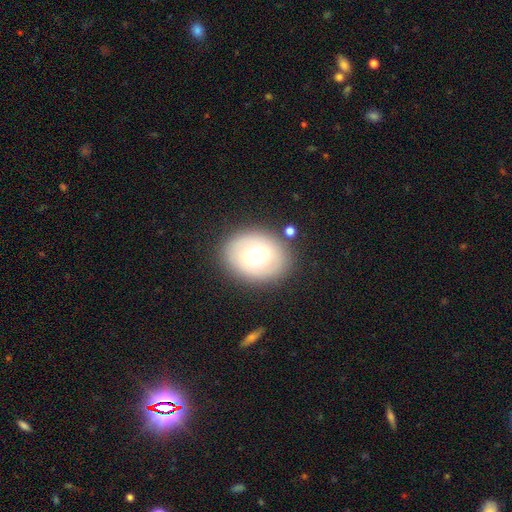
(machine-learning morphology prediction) Smooth or featured?
  - smooth: 58% *
  - featured or disk: 33%
  - star or artifact: 10%
How rounded?
  - in between: 58% *
  - round: 41%
  - cigar-shaped: 1%
Merging?
  - none: 80% *
  - minor disturbance: 12%
  - major disturbance: 5%
  - merger: 3%